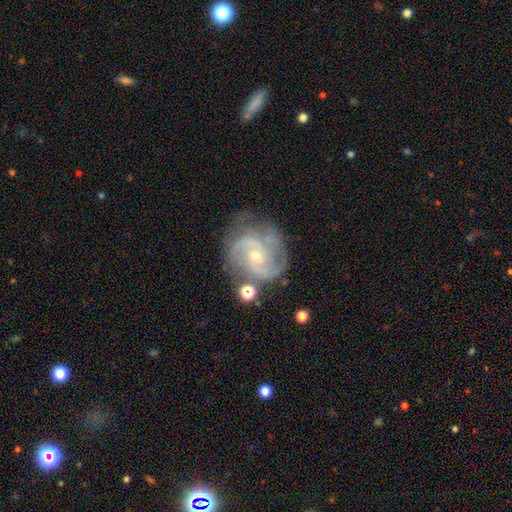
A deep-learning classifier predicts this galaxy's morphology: A featured or disk galaxy (87%) with no bar (61%), 2 (45%) medium (49%) spiral arms (97%) and a small central bulge (67%).

Vote fractions:
- Smooth or featured? featured or disk: 87% / star or artifact: 7% / smooth: 7%
- Edge-on disk? no: 98% / yes: 2%
- Bar? no: 61% / weak: 32% / strong: 7%
- Spiral arms? yes: 97% / no: 3%
- Spiral winding? medium: 49% / tight: 37% / loose: 14%
- Spiral arm count? 2: 45% / 3: 27% / can't tell: 13% / 4: 6% / 1: 4% / more than 4: 4%
- Bulge size? small: 67% / moderate: 31% / none: 1% / large: 1% / dominant: 1%
- Merging? none: 65% / minor disturbance: 20% / major disturbance: 10% / merger: 5%